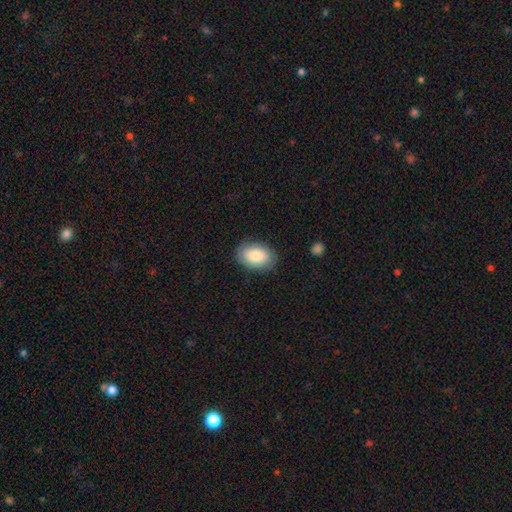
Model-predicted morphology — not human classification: smooth-or-featured: smooth: 84% | featured or disk: 10% | star or artifact: 7%
  how-rounded: in between: 88% | round: 11% | cigar-shaped: 1%
  merging: none: 83% | minor disturbance: 13% | major disturbance: 3% | merger: 1%